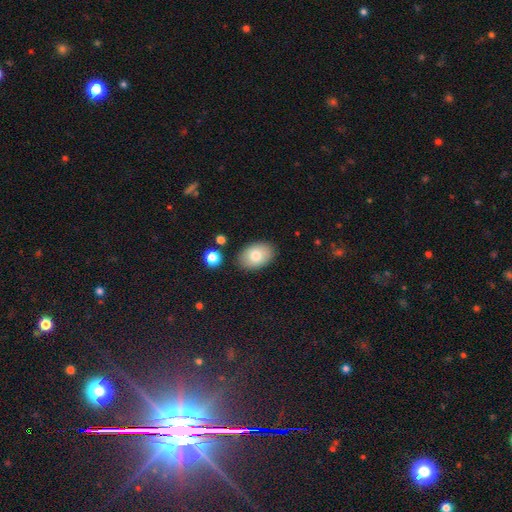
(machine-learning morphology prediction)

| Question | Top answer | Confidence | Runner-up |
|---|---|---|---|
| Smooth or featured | smooth | 79% | featured or disk (14%) |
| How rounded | in between | 88% | round (11%) |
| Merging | none | 86% | minor disturbance (10%) |